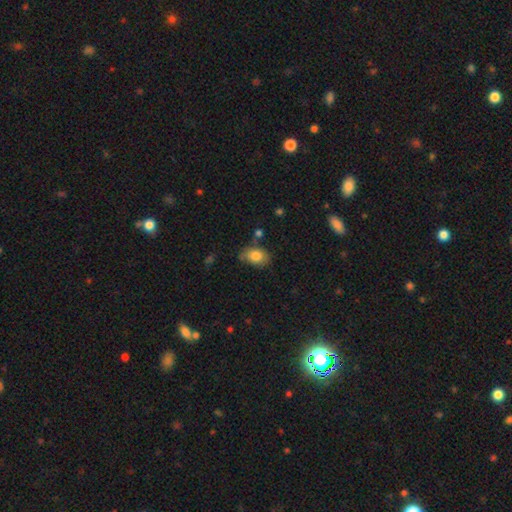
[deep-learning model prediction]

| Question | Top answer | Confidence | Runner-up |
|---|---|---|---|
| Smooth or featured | smooth | 81% | featured or disk (12%) |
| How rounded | in between | 80% | round (19%) |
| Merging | none | 65% | minor disturbance (23%) |